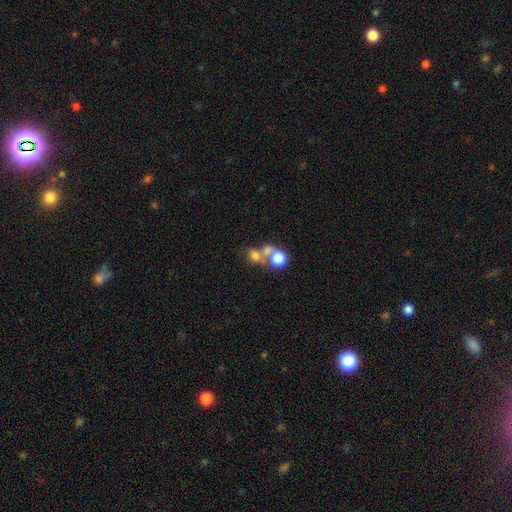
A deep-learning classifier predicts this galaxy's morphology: type=smooth (66%); roundness=round (64%); merging=merger (54%).